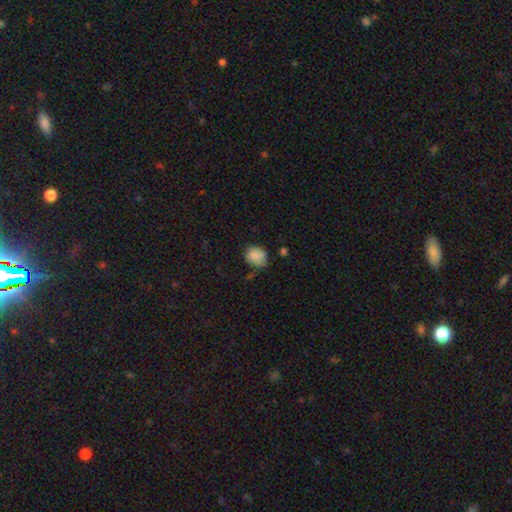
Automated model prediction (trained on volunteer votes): smooth 84%, star or artifact 9%, featured or disk 8%. Down the decision tree: how rounded — in between (50%); merging — none (56%).